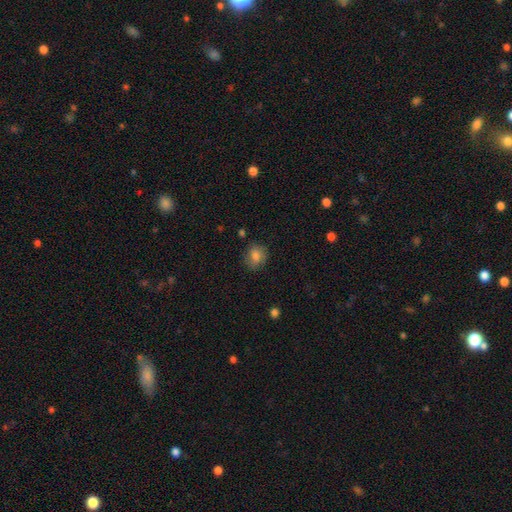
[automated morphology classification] smooth 80%, featured or disk 10%, star or artifact 9%. Down the decision tree: how rounded — round (60%); merging — none (78%).